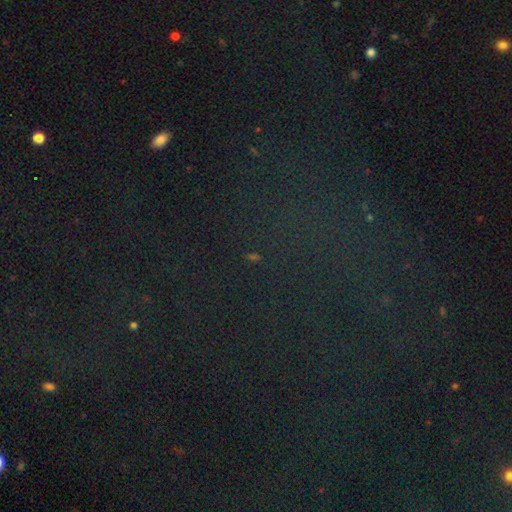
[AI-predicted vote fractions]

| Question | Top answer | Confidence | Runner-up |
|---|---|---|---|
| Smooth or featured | star or artifact | 77% | smooth (15%) |